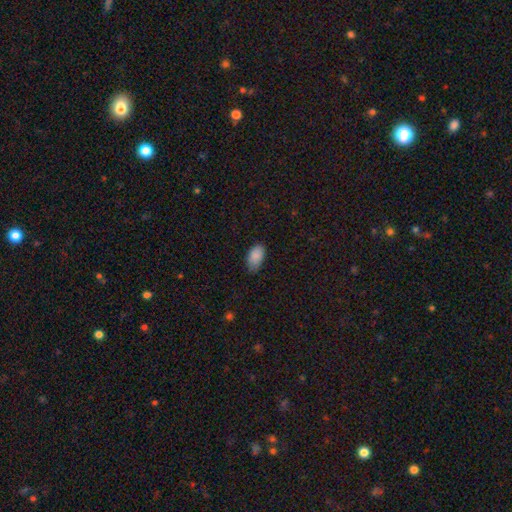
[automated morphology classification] Smooth or featured: smooth — 88% (star or artifact — 7%)
How rounded: in between — 94% (round — 5%)
Merging: none — 67% (minor disturbance — 27%)